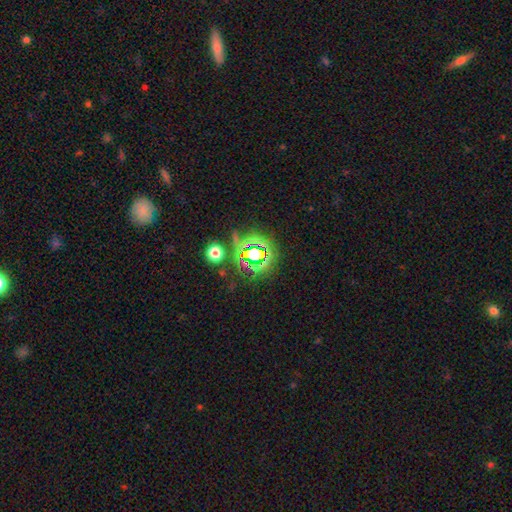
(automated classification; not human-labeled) This is likely a star or artifact rather than a galaxy (69%).